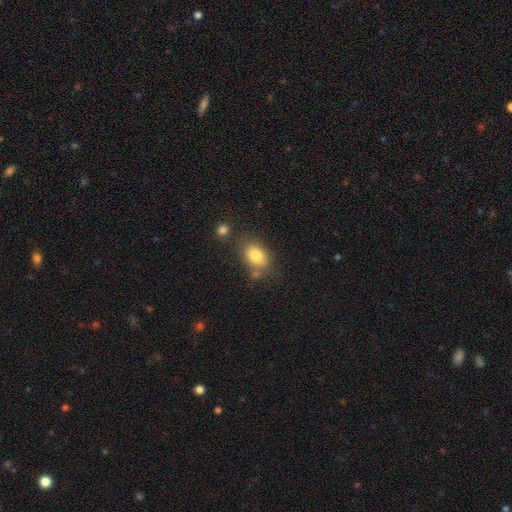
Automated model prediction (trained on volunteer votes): Morphology: type=smooth (81%); roundness=in between (76%); merging=none (66%).